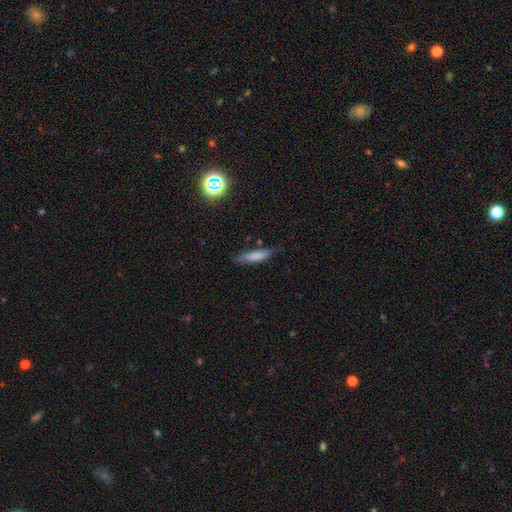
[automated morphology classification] This is likely a smooth galaxy (78%). How rounded: likely cigar-shaped (70%). Merging: likely none (73%).